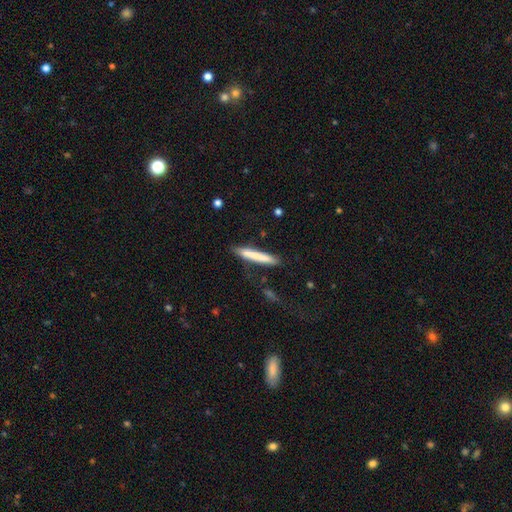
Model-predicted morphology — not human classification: The model was most divided on "smooth or featured": smooth: 76%, featured or disk: 18%, star or artifact: 6%. More confident: how rounded — cigar-shaped (95%); merging — none (80%).